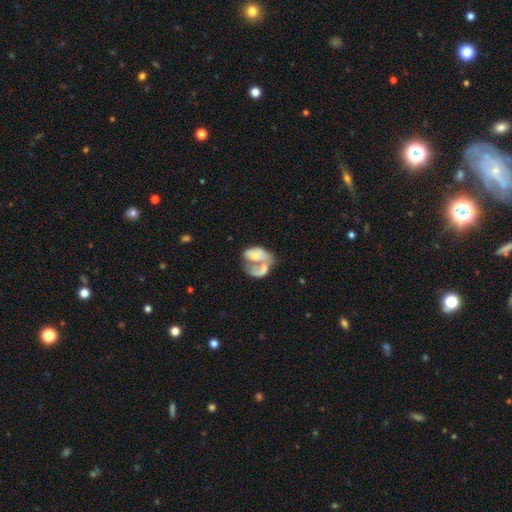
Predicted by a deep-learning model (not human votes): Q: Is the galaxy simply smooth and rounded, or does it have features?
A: featured or disk — 50%.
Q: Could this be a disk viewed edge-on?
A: no — 97%.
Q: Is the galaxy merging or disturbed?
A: merger — 66%.